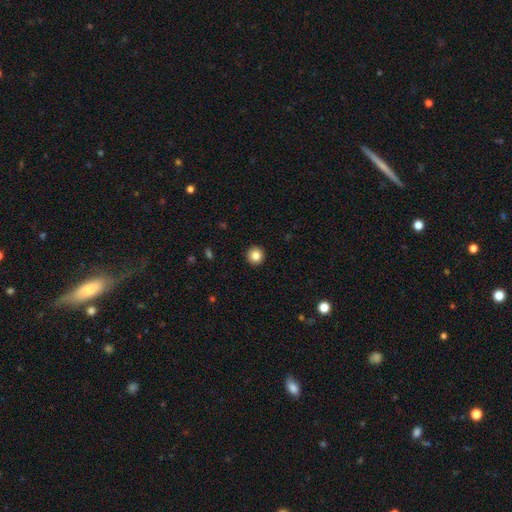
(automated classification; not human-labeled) Overall: smooth (84%). How rounded: round (95%). Merging: none (93%).